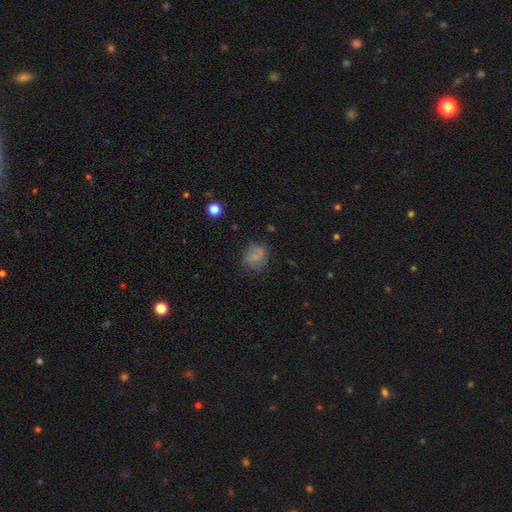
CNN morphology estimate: smooth 46%, featured or disk 42%, star or artifact 12%. Down the decision tree: merging — none (69%).